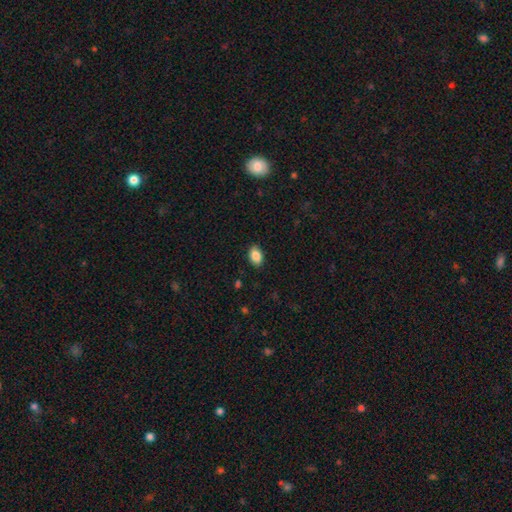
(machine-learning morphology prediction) The model was most divided on "how rounded": in between: 88%, round: 11%, cigar-shaped: 1%. More confident: merging — none (88%); smooth or featured — smooth (87%).